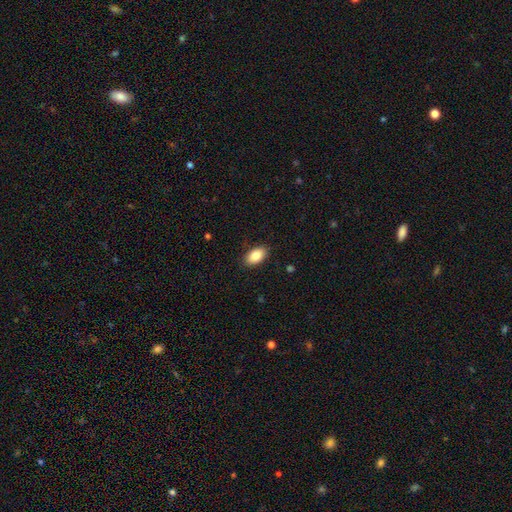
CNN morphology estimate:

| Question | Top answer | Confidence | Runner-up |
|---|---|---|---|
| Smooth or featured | smooth | 86% | star or artifact (7%) |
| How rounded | in between | 93% | round (5%) |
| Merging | none | 88% | minor disturbance (9%) |